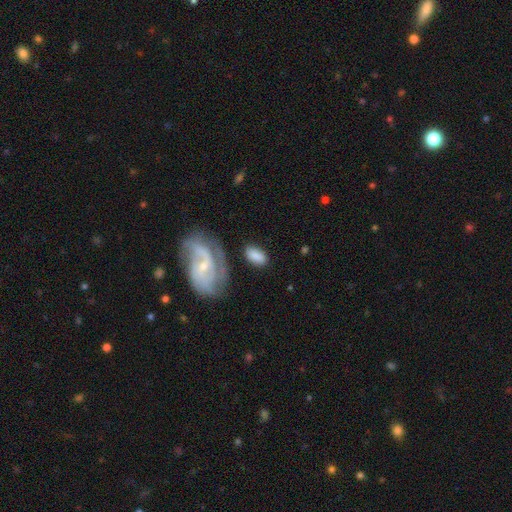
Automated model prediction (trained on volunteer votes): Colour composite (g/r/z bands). It shows a smooth galaxy with no disk features (73%) that is in between round and cigar-shaped (92%). Merging: none (68%).